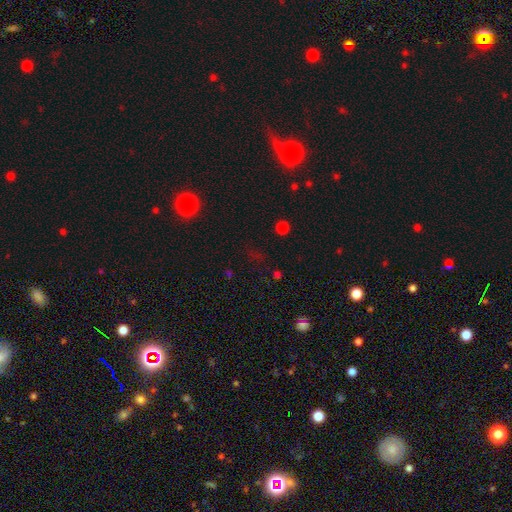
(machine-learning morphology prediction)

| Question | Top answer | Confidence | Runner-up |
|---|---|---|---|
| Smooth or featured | star or artifact | 54% | smooth (38%) |